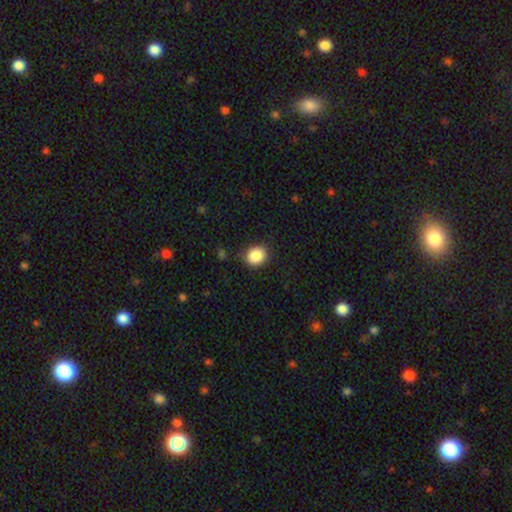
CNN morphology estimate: Smooth or featured?
  - smooth: 88% *
  - star or artifact: 9%
  - featured or disk: 4%
How rounded?
  - round: 62% *
  - in between: 37%
  - cigar-shaped: 1%
Merging?
  - none: 84% *
  - minor disturbance: 12%
  - major disturbance: 3%
  - merger: 1%